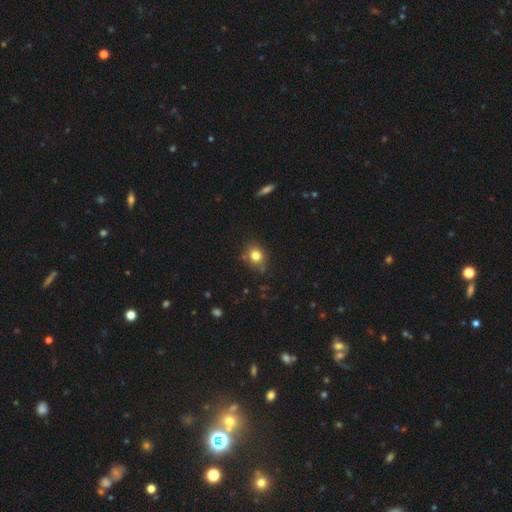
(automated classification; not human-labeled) This appears to be a smooth galaxy with no disk features (80%) that is round (61%). Merging: none (77%).